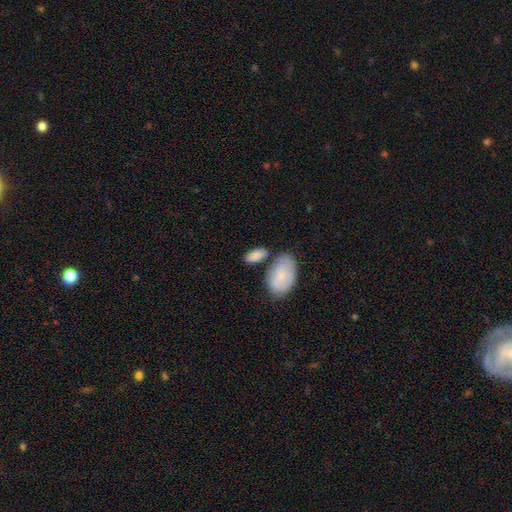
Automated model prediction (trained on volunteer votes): A smooth galaxy with no disk features (83%) that is in between round and cigar-shaped (92%). Merging: none (61%).